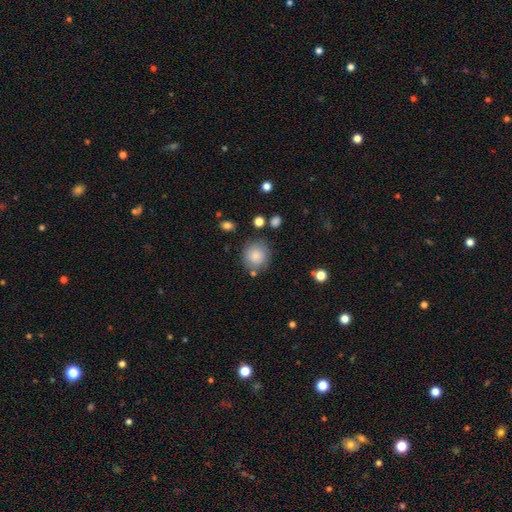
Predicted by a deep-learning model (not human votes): A smooth galaxy with no disk features (85%) that is round (85%).

Vote fractions:
- Smooth or featured? smooth: 85% / star or artifact: 8% / featured or disk: 7%
- How rounded? round: 85% / in between: 14% / cigar-shaped: 1%
- Merging? none: 76% / minor disturbance: 14% / merger: 5% / major disturbance: 5%